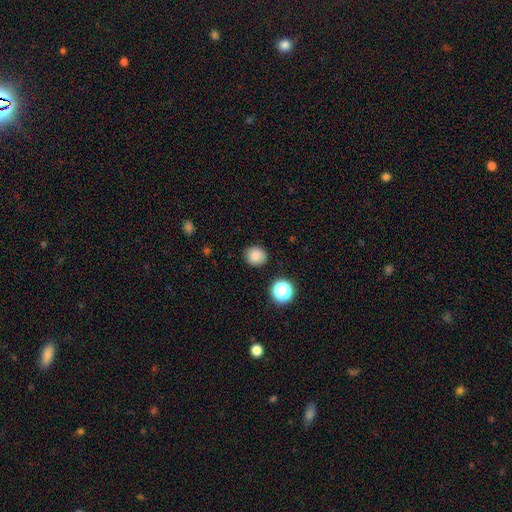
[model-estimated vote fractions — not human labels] Smooth or featured? Predicted: smooth (p=0.84). How rounded? Predicted: round (p=0.78). Merging? Predicted: none (p=0.87).